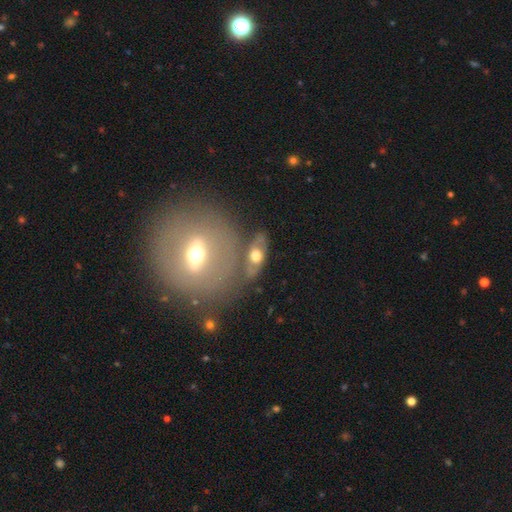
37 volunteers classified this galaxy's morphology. smooth_or_featured: featured or disk (p=0.62) [alt: smooth p=0.32]
disk_edge_on: yes (p=0.52) [alt: no p=0.48]
edge_on_bulge: rounded (p=1.00)
merging: none (p=0.63) [alt: merger p=0.29]